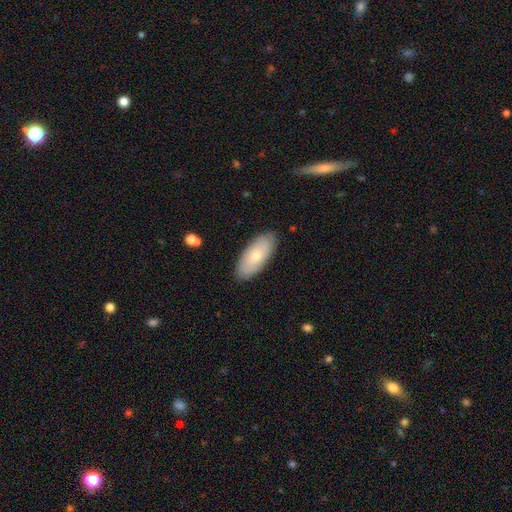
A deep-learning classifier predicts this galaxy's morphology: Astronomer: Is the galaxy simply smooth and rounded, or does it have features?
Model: smooth — 72%.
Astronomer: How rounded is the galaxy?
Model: in between — 86%.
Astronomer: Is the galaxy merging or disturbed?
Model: none — 87%.